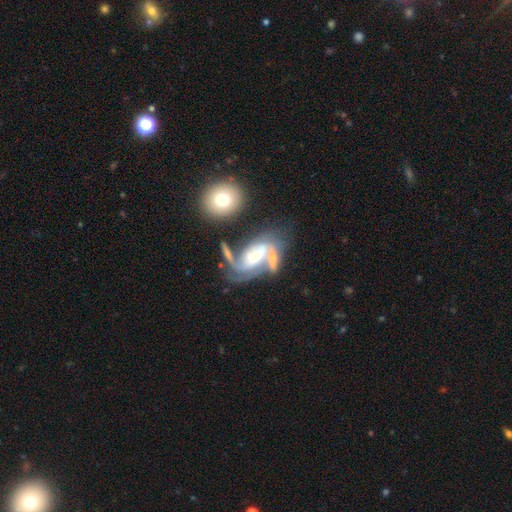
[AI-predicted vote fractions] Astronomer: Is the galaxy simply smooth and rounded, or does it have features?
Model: featured or disk — 75%.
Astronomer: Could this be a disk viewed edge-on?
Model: no — 94%.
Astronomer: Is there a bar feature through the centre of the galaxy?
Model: strong — 36% (runner-up: weak, 32%).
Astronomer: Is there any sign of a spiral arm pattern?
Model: yes — 86%.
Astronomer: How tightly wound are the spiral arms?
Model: medium — 42% (runner-up: loose, 33%).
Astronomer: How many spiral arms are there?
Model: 2 — 62%.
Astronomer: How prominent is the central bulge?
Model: moderate — 39% (runner-up: small, 26%).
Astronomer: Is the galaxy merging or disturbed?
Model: merger — 36% (runner-up: none, 26%).